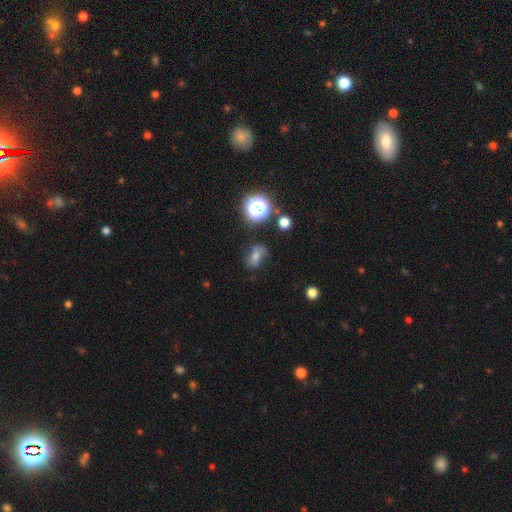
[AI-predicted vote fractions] Overall: smooth (50%; featured or disk 27%). Merging: none (52%; minor disturbance 26%).